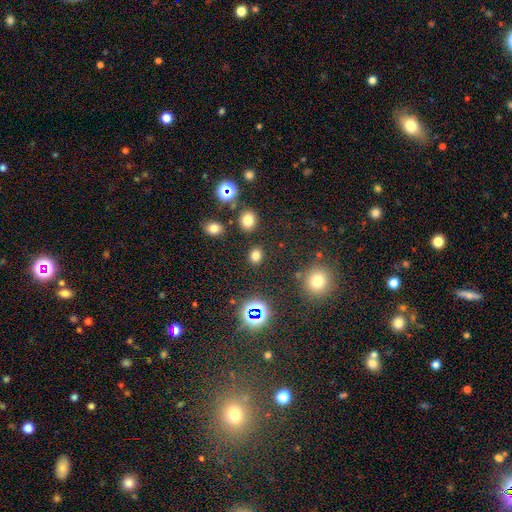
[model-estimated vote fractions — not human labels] smooth_or_featured: smooth (p=0.73) [alt: star or artifact p=0.21]
how_rounded: round (p=0.61) [alt: in between p=0.38]
merging: none (p=0.86) [alt: minor disturbance p=0.08]